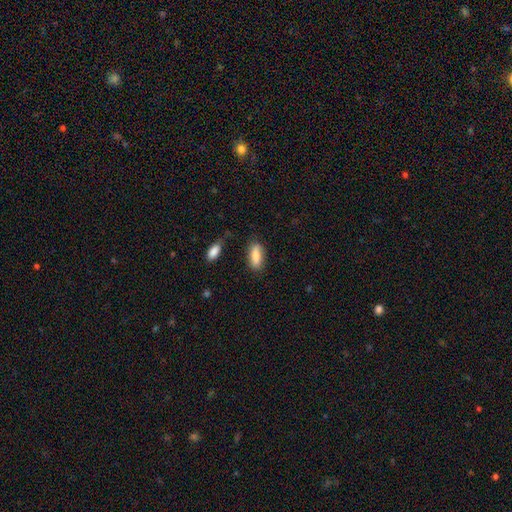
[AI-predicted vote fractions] Smooth or featured? Predicted: smooth (p=0.84). How rounded? Predicted: in between (p=0.78). Merging? Predicted: none (p=0.76).